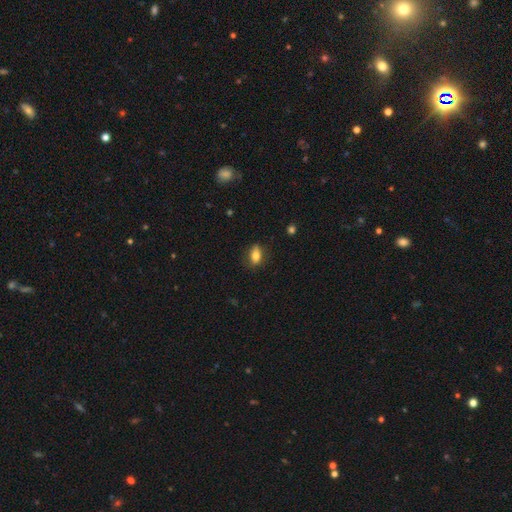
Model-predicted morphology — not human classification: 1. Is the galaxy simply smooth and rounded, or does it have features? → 81% smooth, 11% featured or disk, 8% star or artifact.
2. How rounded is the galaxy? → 83% in between, 10% round, 7% cigar-shaped.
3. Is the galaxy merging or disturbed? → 78% none, 17% minor disturbance, 4% major disturbance, 1% merger.